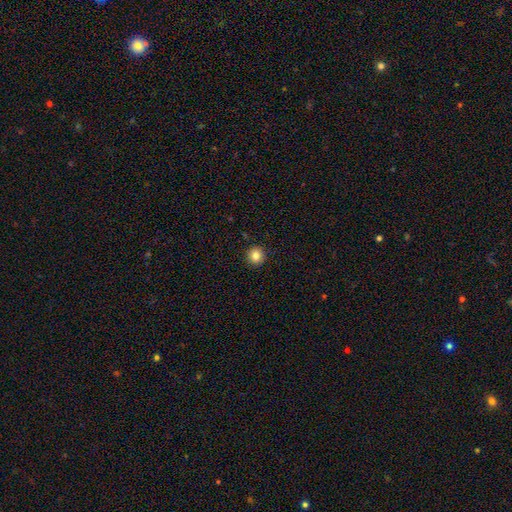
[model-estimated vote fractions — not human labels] smooth_or_featured: smooth (p=0.83) [alt: star or artifact p=0.10]
how_rounded: round (p=0.94) [alt: in between p=0.05]
merging: none (p=0.93) [alt: minor disturbance p=0.05]